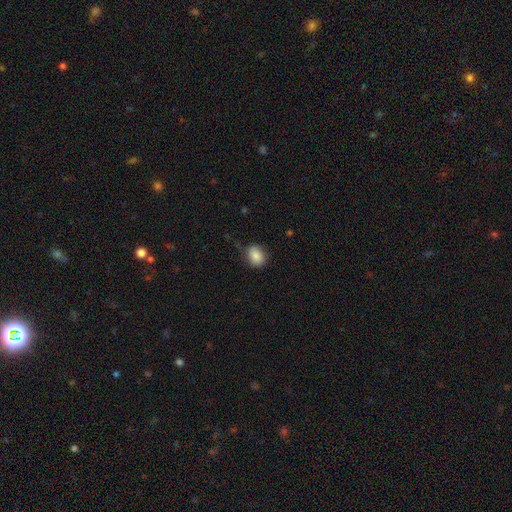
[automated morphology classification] A smooth galaxy with no disk features (86%) that is in between round and cigar-shaped (62%).

Vote fractions:
- Smooth or featured? smooth: 86% / star or artifact: 8% / featured or disk: 6%
- How rounded? in between: 62% / round: 36% / cigar-shaped: 1%
- Merging? none: 75% / minor disturbance: 19% / major disturbance: 4% / merger: 1%